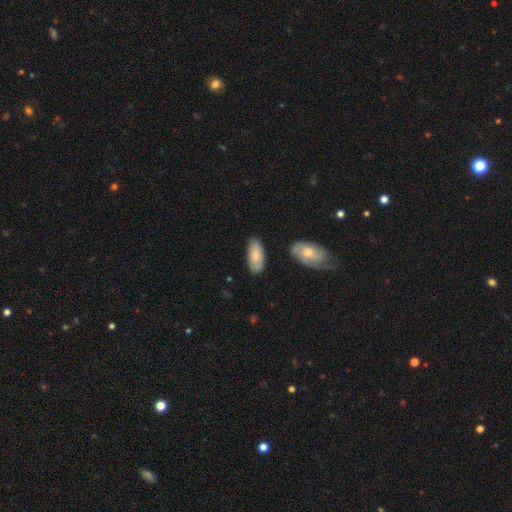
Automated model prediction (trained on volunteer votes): smooth_or_featured: smooth (p=0.76) [alt: featured or disk p=0.18]
how_rounded: in between (p=0.88) [alt: cigar-shaped p=0.10]
merging: none (p=0.78) [alt: minor disturbance p=0.15]